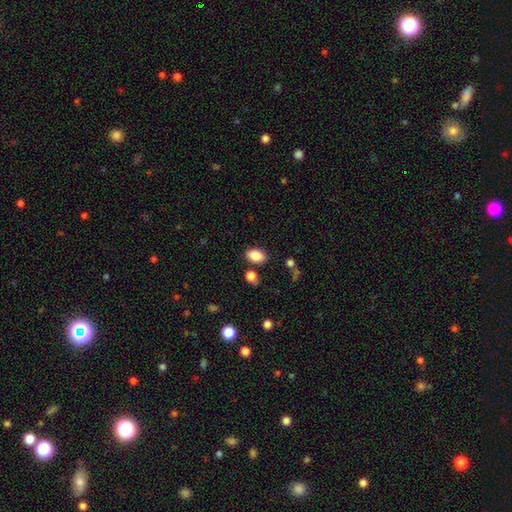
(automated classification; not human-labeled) smooth-or-featured: smooth: 86% | star or artifact: 8% | featured or disk: 6%
  how-rounded: in between: 88% | round: 10% | cigar-shaped: 1%
  merging: none: 81% | minor disturbance: 11% | merger: 5% | major disturbance: 3%